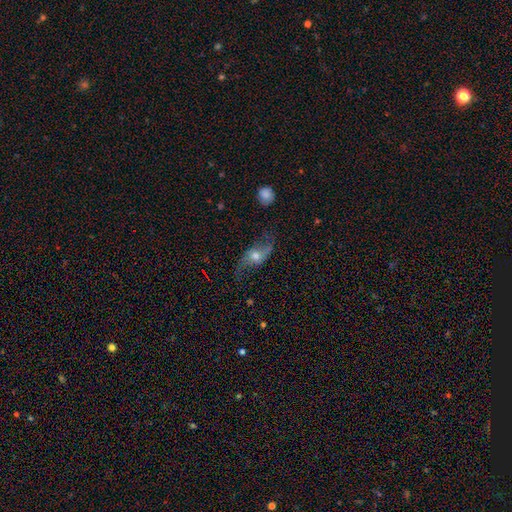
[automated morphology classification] A featured or disk galaxy (75%) with no bar (65%), 2 (92%) loose (86%) spiral arms (90%) and a moderate central bulge (63%). Merging: none (67%).